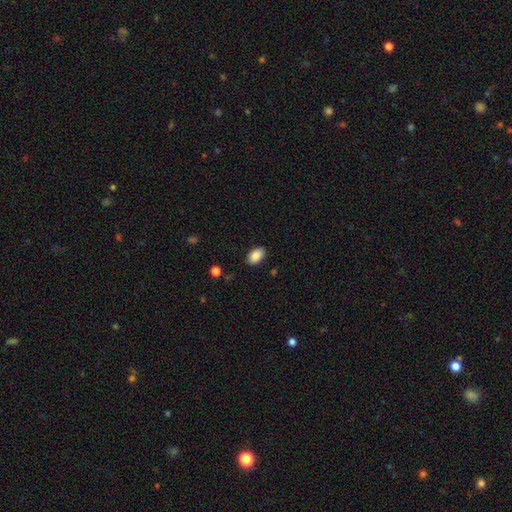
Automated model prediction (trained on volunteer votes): smooth 89%, star or artifact 7%, featured or disk 4%. Down the decision tree: how rounded — in between (91%); merging — none (86%).